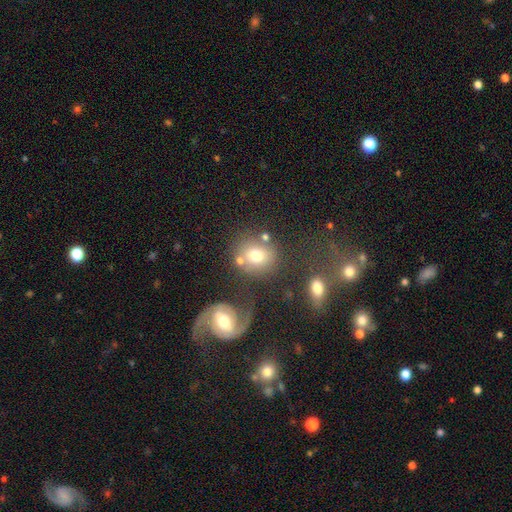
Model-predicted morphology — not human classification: type=smooth (68%); roundness=round (72%); merging=none (60%).